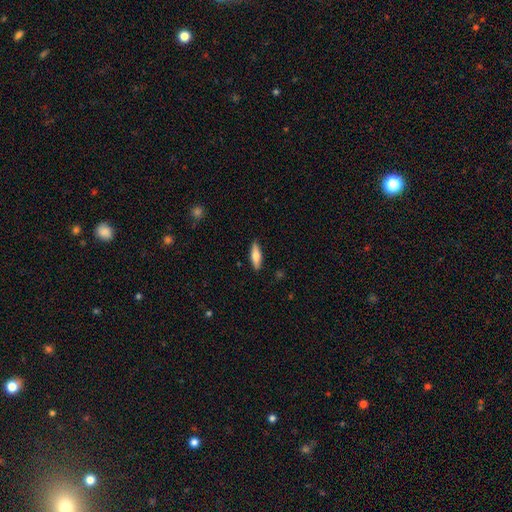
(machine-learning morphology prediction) The model was most divided on "how rounded" (2-way tie): cigar-shaped: 49%, in between: 49%, round: 2%. More confident: merging — none (88%); smooth or featured — smooth (69%).